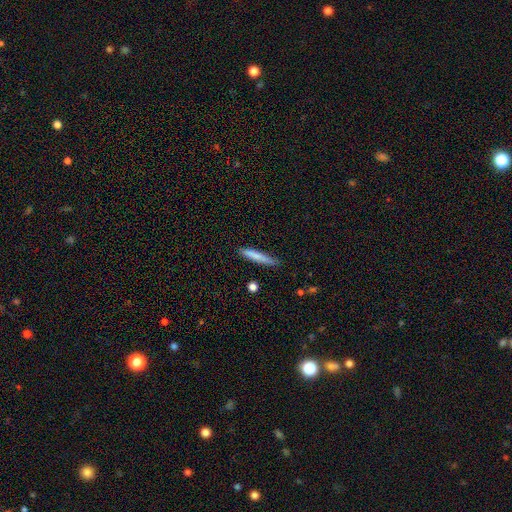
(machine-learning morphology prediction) Smooth or featured?
  - smooth: 77% *
  - featured or disk: 17%
  - star or artifact: 6%
How rounded?
  - cigar-shaped: 93% *
  - in between: 6%
  - round: 1%
Merging?
  - none: 81% *
  - minor disturbance: 14%
  - major disturbance: 3%
  - merger: 2%